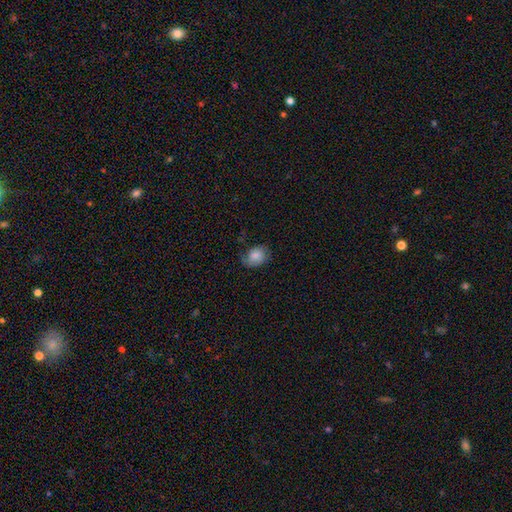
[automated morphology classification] Smooth or featured? smooth (68%)
How rounded? in between (62%)
Merging? none (57%)